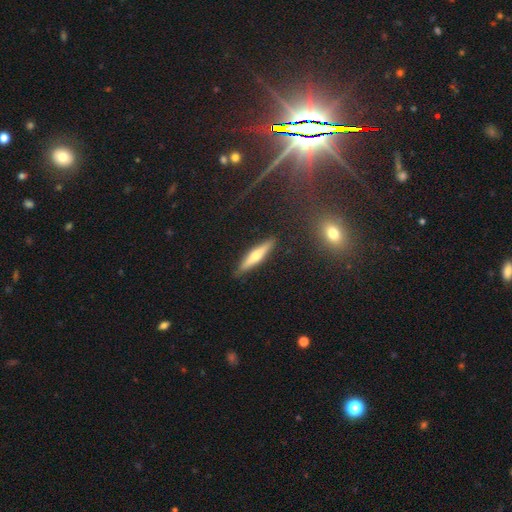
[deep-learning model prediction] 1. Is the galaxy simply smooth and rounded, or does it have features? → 49% featured or disk, 44% smooth, 7% star or artifact.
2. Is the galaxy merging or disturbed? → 89% none, 8% minor disturbance, 2% major disturbance, 1% merger.